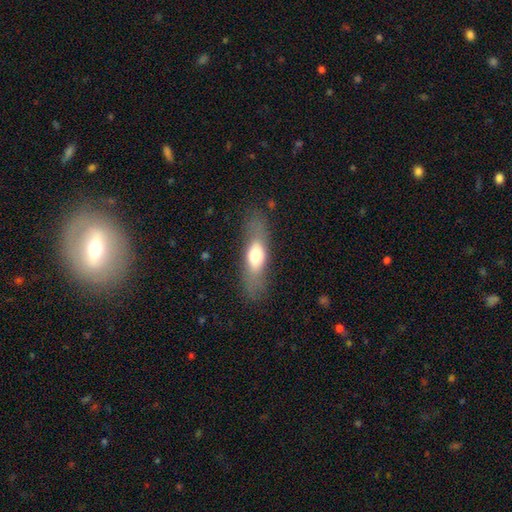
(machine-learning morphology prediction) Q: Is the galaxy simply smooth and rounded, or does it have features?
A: smooth — 59%.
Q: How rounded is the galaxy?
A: in between — 53%.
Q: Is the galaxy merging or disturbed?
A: none — 77%.